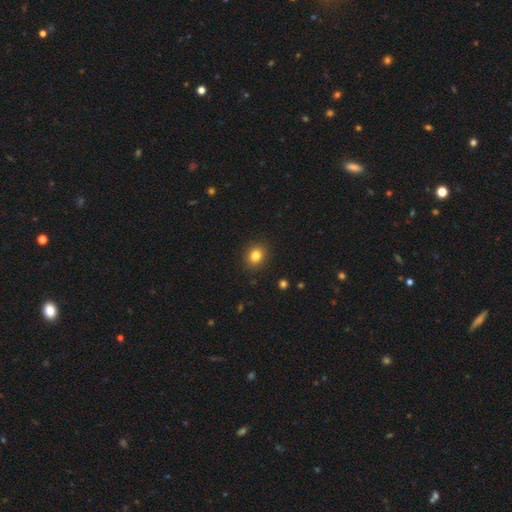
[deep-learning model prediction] smooth 83%, star or artifact 11%, featured or disk 6%. Down the decision tree: how rounded — round (68%); merging — none (91%).